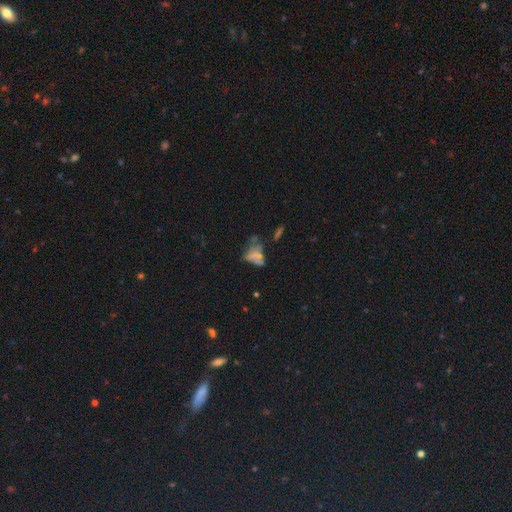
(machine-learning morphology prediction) type=smooth (46%); merging=merger (30%).